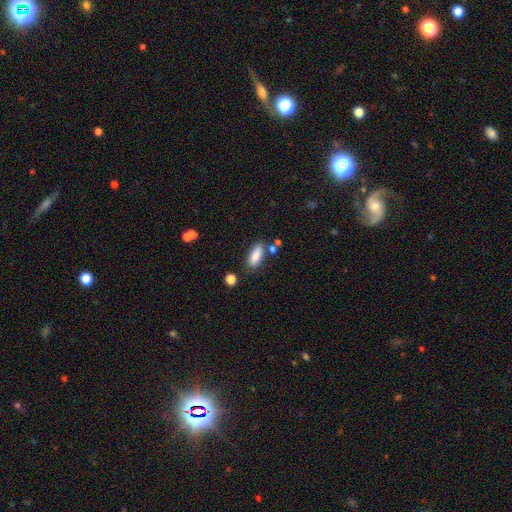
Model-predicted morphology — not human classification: Q: Smooth or featured?
A: smooth (85%); runner-up: featured or disk (8%)
Q: How rounded?
A: in between (80%); runner-up: cigar-shaped (18%)
Q: Merging?
A: none (74%); runner-up: minor disturbance (14%)